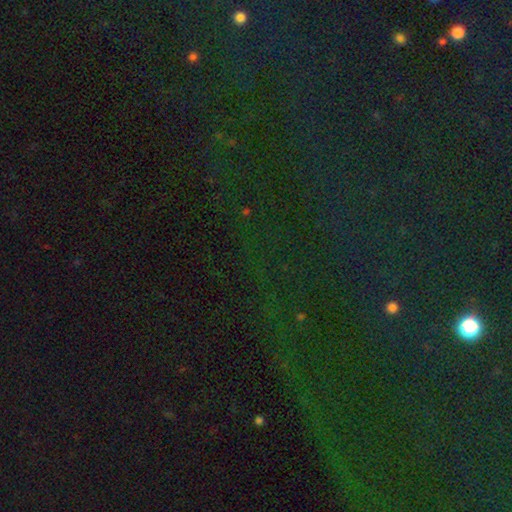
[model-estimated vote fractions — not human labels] star or artifact 82%, smooth 10%, featured or disk 8%.